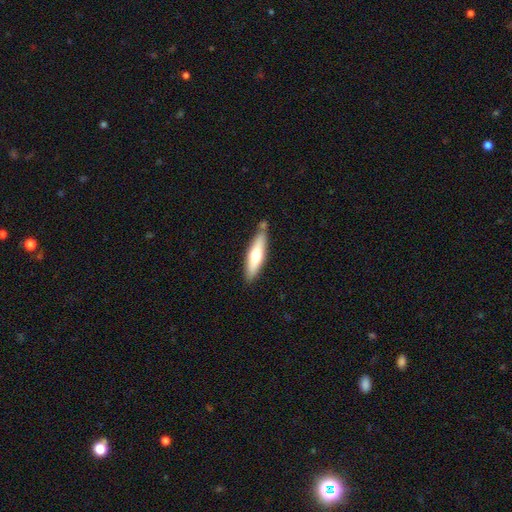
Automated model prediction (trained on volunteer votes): Q: Smooth or featured?
A: smooth (57%); runner-up: featured or disk (38%)
Q: How rounded?
A: cigar-shaped (71%); runner-up: in between (28%)
Q: Merging?
A: none (75%); runner-up: minor disturbance (14%)